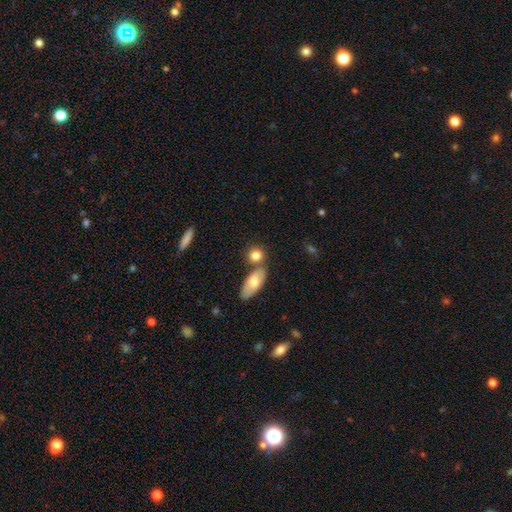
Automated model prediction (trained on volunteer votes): Smooth or featured? smooth (82%)
How rounded? round (61%)
Merging? none (59%)